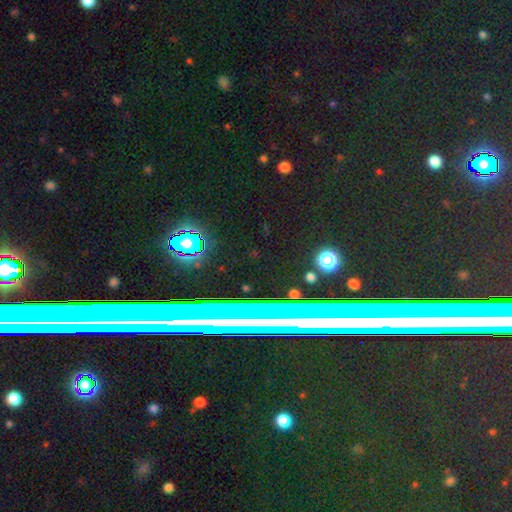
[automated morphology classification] A star or artifact, not a galaxy (74%).